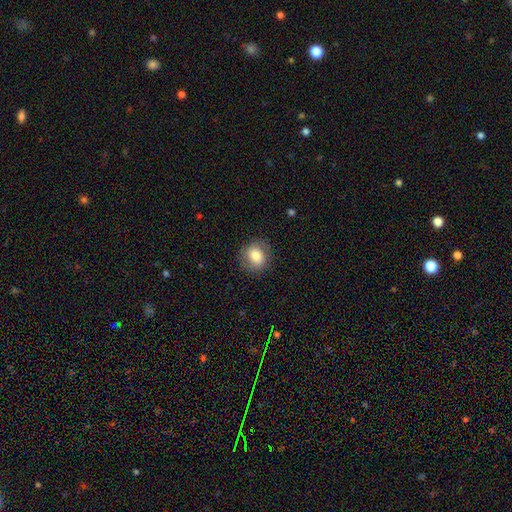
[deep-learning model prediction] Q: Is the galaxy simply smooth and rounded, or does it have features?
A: smooth — 78%.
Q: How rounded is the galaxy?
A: round — 72%.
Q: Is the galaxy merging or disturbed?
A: none — 84%.